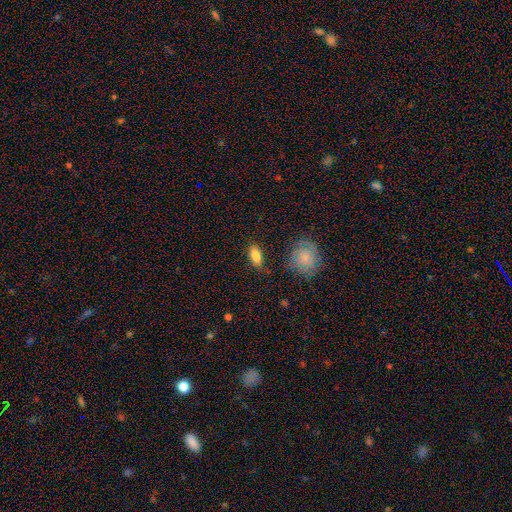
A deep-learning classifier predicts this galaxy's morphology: Q: Smooth or featured?
A: smooth (82%); runner-up: featured or disk (11%)
Q: How rounded?
A: in between (87%); runner-up: cigar-shaped (8%)
Q: Merging?
A: none (78%); runner-up: minor disturbance (15%)